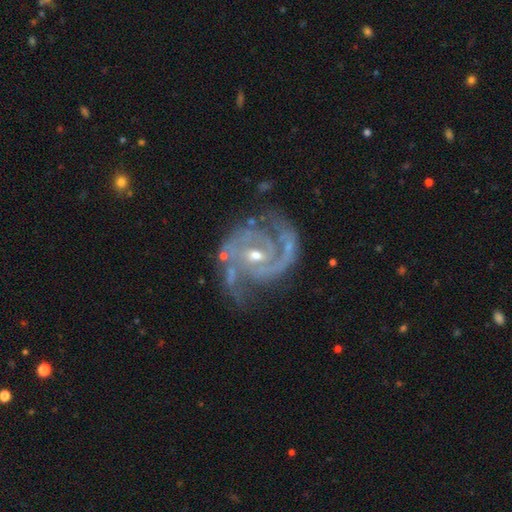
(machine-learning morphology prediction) type=featured or disk (92%); edge-on=no (98%); bar=no (46%); spiral arms=yes (98%); winding=tight (50%); arm count=2 (73%); bulge=moderate (50%); merging=none (64%).